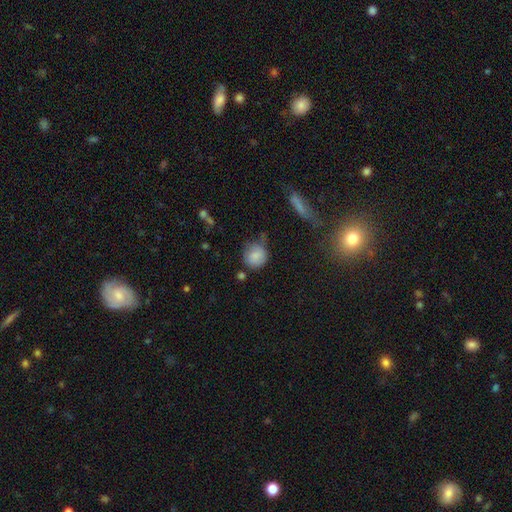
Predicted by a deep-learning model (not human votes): Overall: smooth (82%). How rounded: round (83%). Merging: none (54%; minor disturbance 30%).